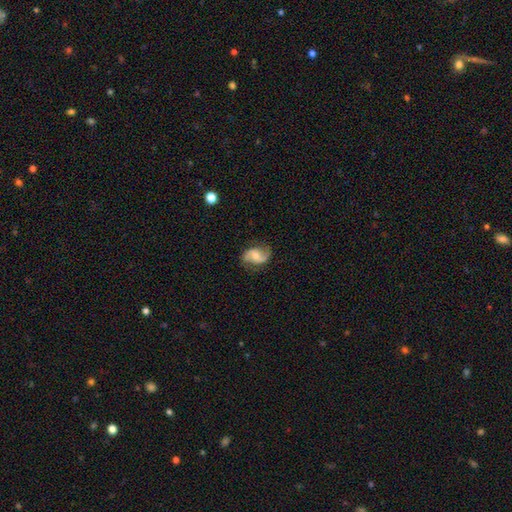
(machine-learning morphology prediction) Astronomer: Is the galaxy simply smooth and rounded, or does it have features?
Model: featured or disk — 83%.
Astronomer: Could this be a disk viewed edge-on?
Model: no — 98%.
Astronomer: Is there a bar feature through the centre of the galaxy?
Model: no — 50% (runner-up: weak, 40%).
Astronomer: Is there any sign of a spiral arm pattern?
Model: yes — 96%.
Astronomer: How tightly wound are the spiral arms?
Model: medium — 44% (runner-up: loose, 43%).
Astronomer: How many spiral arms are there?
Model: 2 — 92%.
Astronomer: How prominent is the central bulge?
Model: moderate — 49% (runner-up: small, 42%).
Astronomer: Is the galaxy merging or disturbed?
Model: none — 80%.